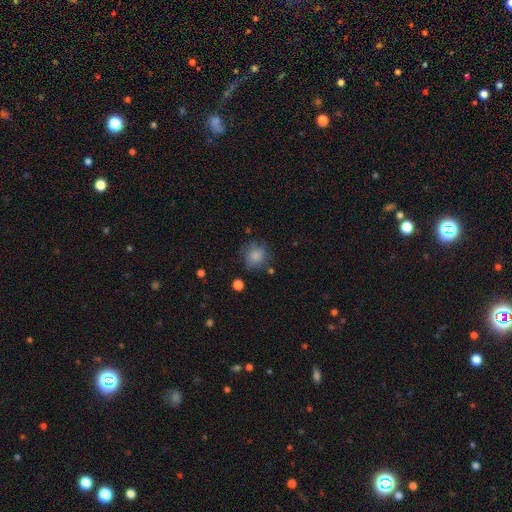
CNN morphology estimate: Overall: smooth (81%). How rounded: round (83%). Merging: none (68%).